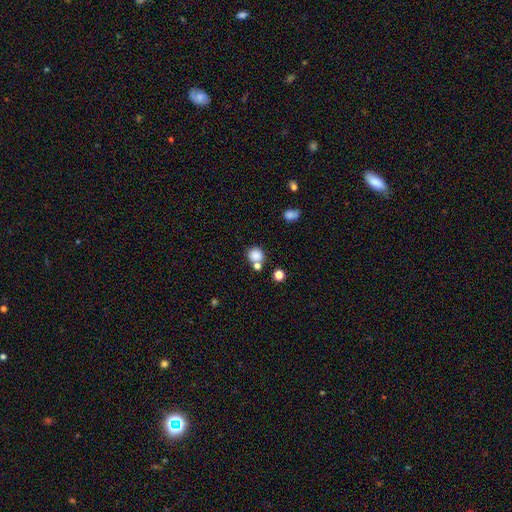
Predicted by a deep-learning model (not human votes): Smooth or featured? Predicted: smooth (p=0.82). How rounded? Predicted: round (p=0.85). Merging? Predicted: none (p=0.60).